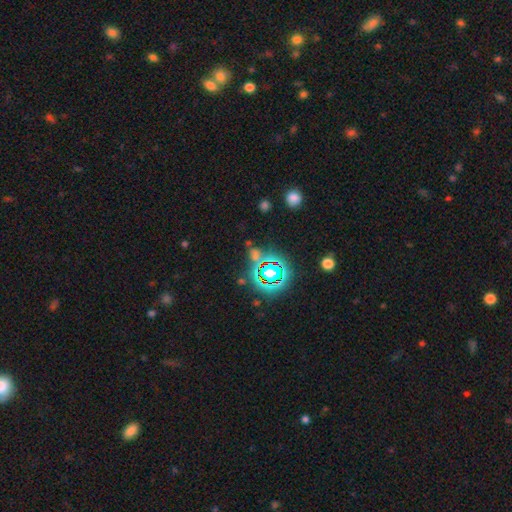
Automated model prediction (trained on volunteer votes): The model was most divided on "smooth or featured": star or artifact: 67%, smooth: 23%, featured or disk: 9%.